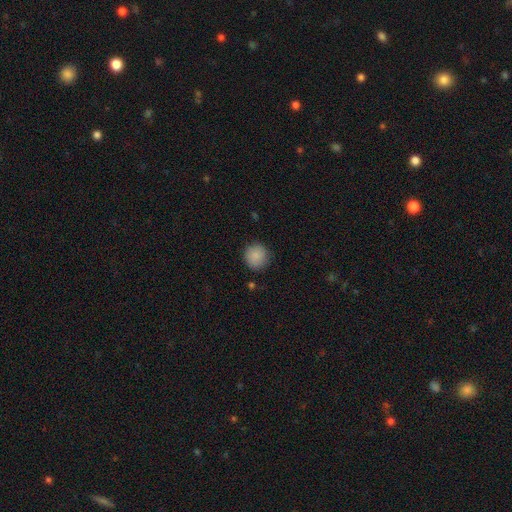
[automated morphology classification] Overall: smooth (88%). How rounded: round (92%). Merging: none (86%).